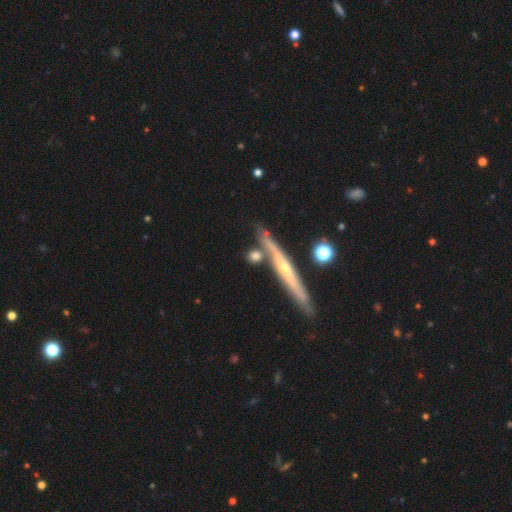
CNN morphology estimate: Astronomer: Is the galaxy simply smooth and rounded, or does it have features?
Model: smooth — 48% (runner-up: featured or disk, 43%).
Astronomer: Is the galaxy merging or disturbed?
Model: none — 69%.